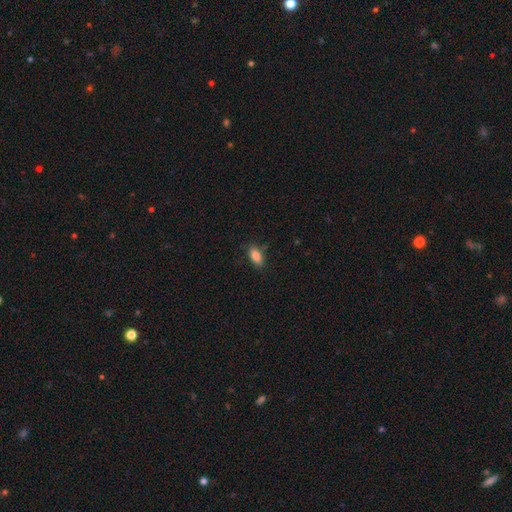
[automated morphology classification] Smooth or featured?
  - smooth: 83% *
  - featured or disk: 9%
  - star or artifact: 8%
How rounded?
  - in between: 86% *
  - cigar-shaped: 10%
  - round: 4%
Merging?
  - none: 80% *
  - minor disturbance: 16%
  - major disturbance: 3%
  - merger: 2%